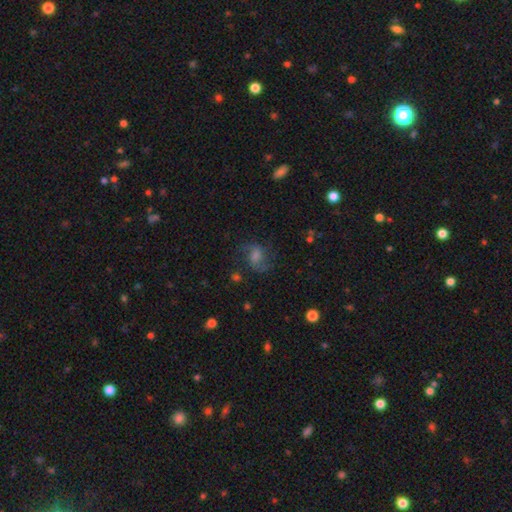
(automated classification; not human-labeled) A featured or disk galaxy (54%) with a weak bar (46%), spiral arms (88%) and a moderate central bulge (38%). Merging: none (69%).